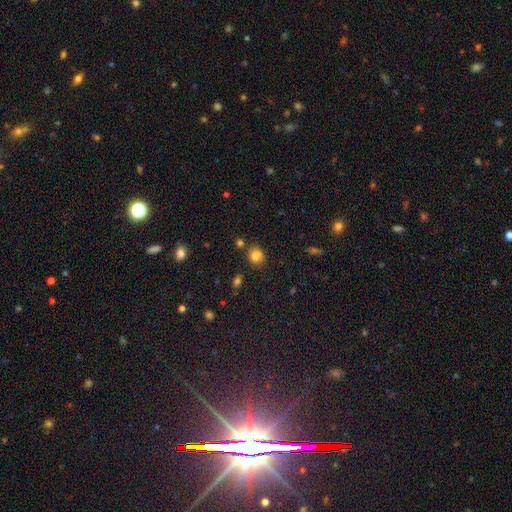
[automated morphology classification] This appears to be a smooth galaxy with no disk features (81%) that is round (72%). Merging: none (74%).